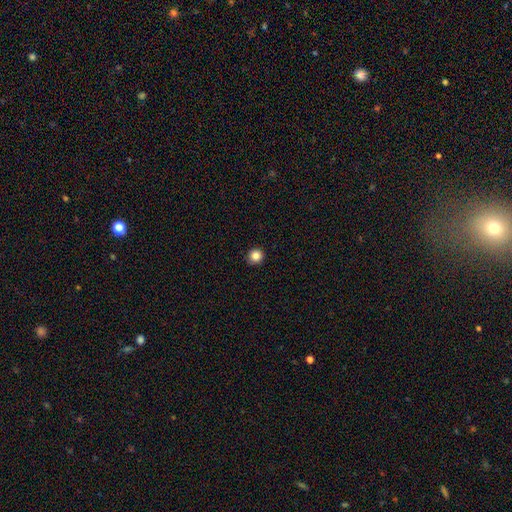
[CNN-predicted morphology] Overall: smooth (85%). How rounded: round (93%). Merging: none (93%).